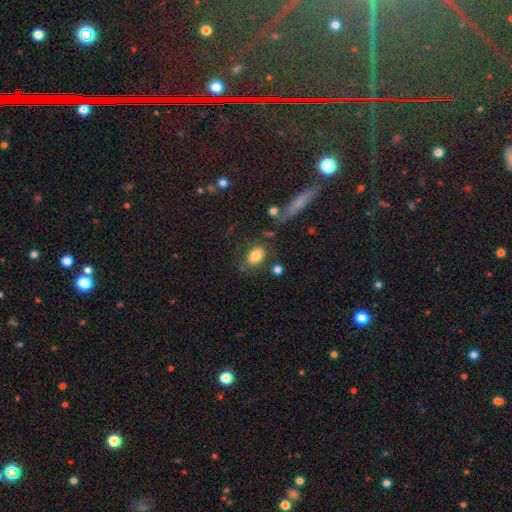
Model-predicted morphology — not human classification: A smooth galaxy with no disk features (78%) that is in between round and cigar-shaped (71%). Merging: none (71%).